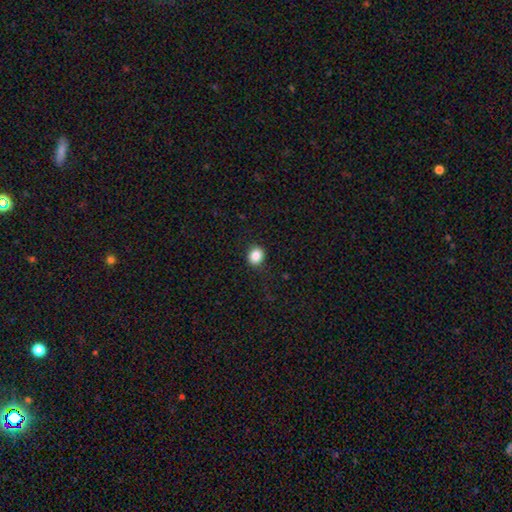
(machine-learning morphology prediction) A smooth galaxy with no disk features (87%) that is round (78%). Merging: none (88%).